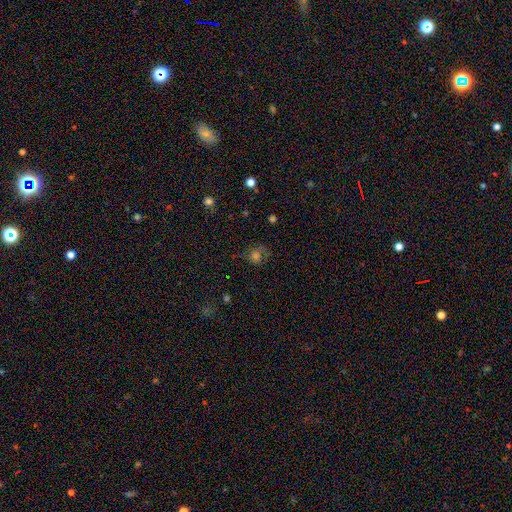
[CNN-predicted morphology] This appears to be a smooth galaxy with no disk features (60%) that is round (75%). Merging: none (62%).